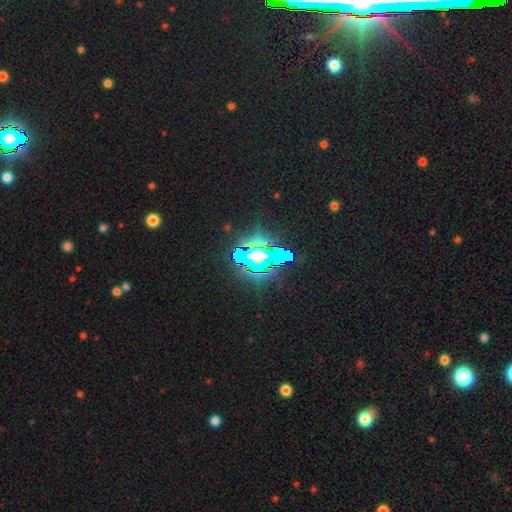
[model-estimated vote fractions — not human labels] A star or artifact, not a galaxy (58%).